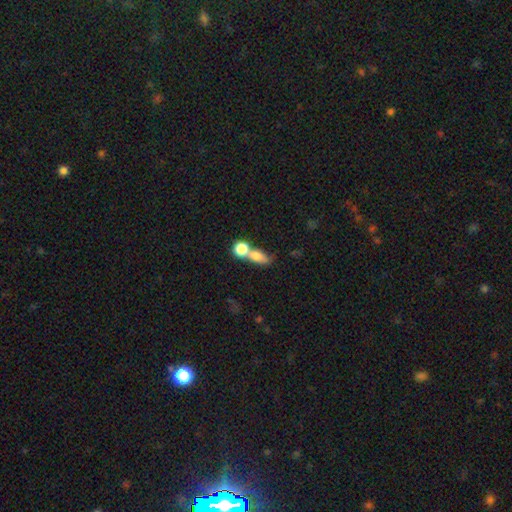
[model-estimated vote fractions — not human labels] smooth 75%, featured or disk 14%, star or artifact 11%. Down the decision tree: how rounded — in between (57%); merging — merger (55%).